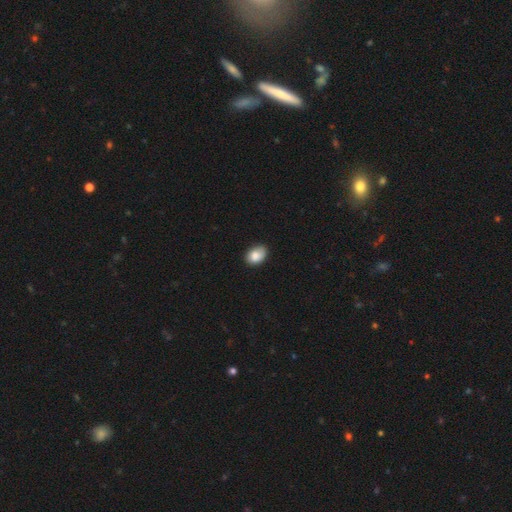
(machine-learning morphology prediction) This appears to be a smooth galaxy with no disk features (84%) that is in between round and cigar-shaped (79%). Merging: none (69%).